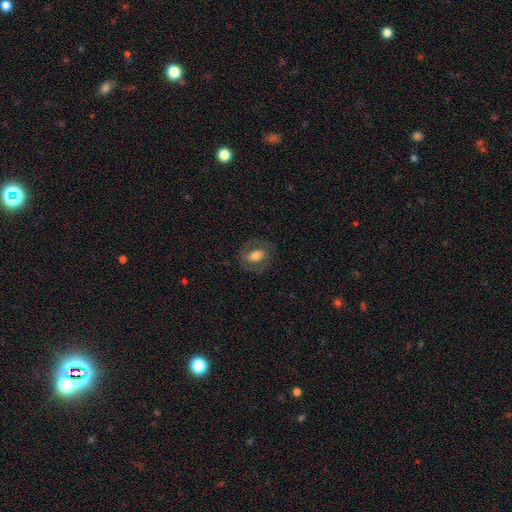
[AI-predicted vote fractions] Overall: smooth (50%; featured or disk 42%). How rounded: in between (56%; round 42%). Merging: none (76%).